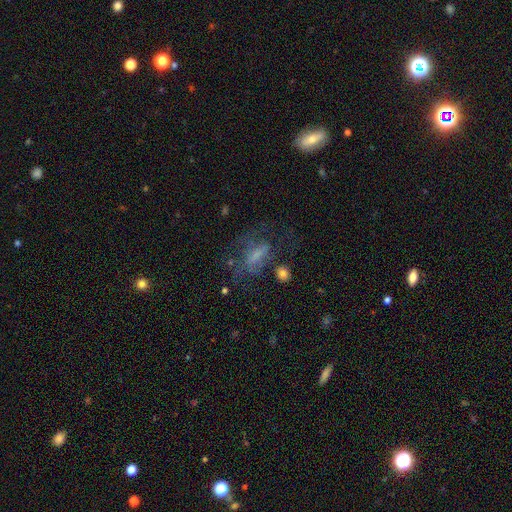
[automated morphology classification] Overall: featured or disk (44%; smooth 40%). Merging: none (40%; major disturbance 34%).